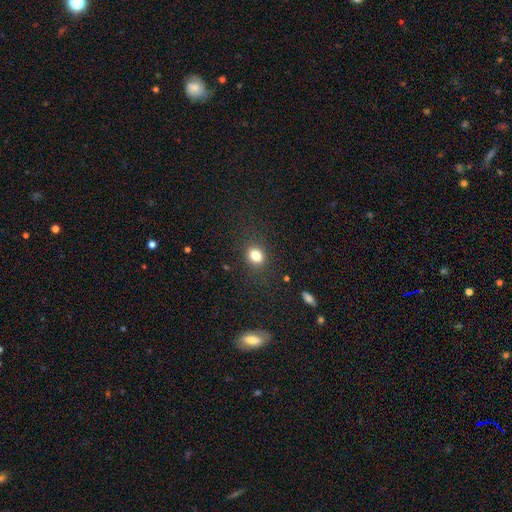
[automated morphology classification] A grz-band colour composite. It shows a smooth galaxy with no disk features (81%) that is round (52%). Merging: none (85%).